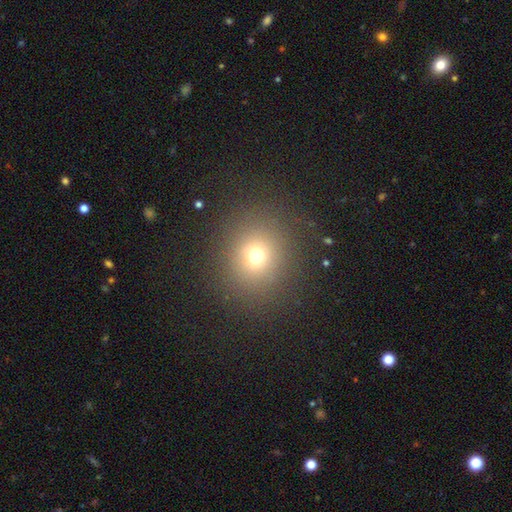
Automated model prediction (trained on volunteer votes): smooth_or_featured: smooth (p=0.69) [alt: star or artifact p=0.21]
how_rounded: round (p=0.84) [alt: in between p=0.15]
merging: none (p=0.85) [alt: minor disturbance p=0.08]